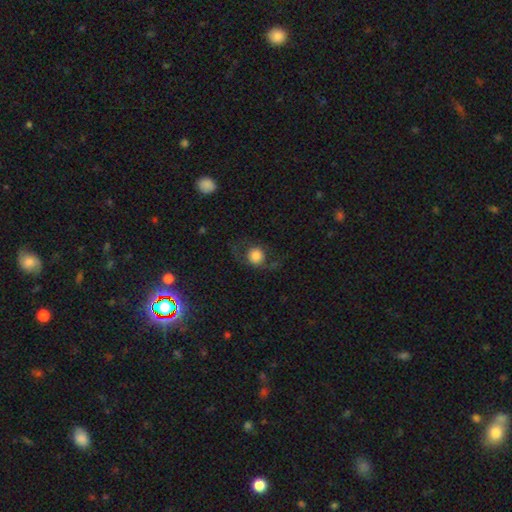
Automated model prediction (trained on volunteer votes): smooth-or-featured: smooth: 63% | featured or disk: 27% | star or artifact: 9%
  how-rounded: round: 85% | in between: 13% | cigar-shaped: 1%
  merging: none: 63% | major disturbance: 19% | minor disturbance: 16% | merger: 2%